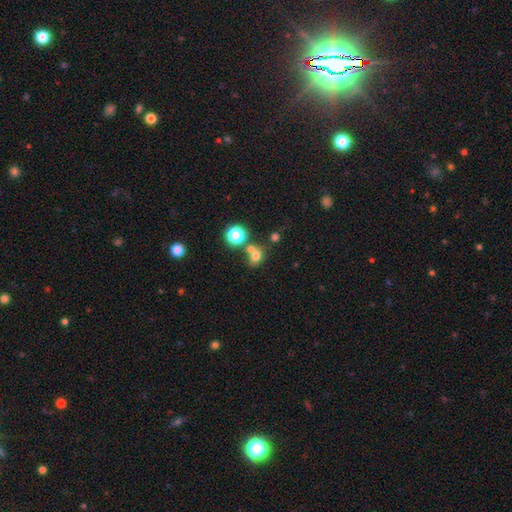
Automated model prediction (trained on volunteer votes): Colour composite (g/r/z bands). It shows a smooth galaxy with no disk features (70%) that is round (64%). Merging: none (47%).